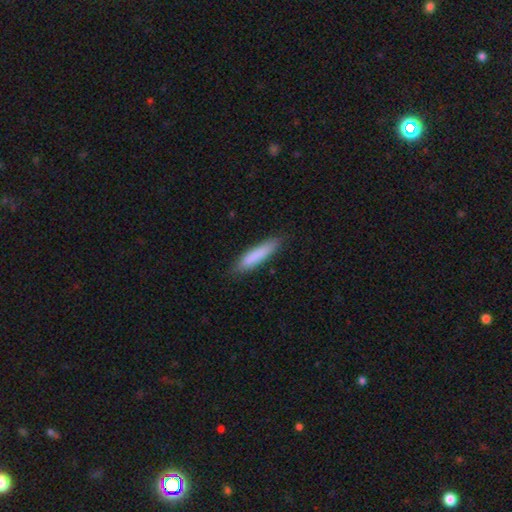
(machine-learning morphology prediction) Overall: smooth (85%). How rounded: cigar-shaped (82%). Merging: none (85%).